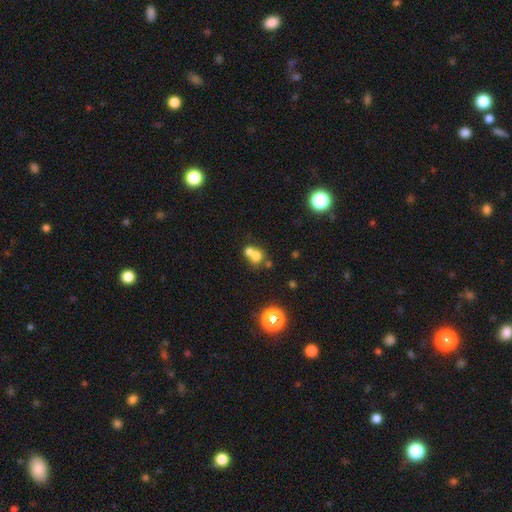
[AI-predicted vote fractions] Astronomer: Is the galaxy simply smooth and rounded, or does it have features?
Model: smooth — 69%.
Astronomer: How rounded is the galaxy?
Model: round — 78%.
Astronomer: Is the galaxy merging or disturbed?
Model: merger — 60%.